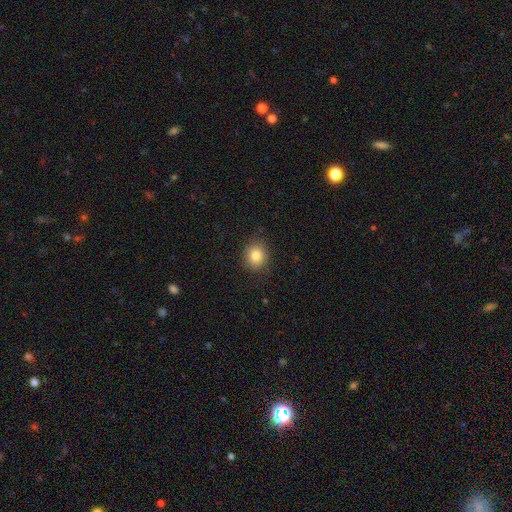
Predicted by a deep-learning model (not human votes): smooth_or_featured: smooth (p=0.83) [alt: star or artifact p=0.10]
how_rounded: round (p=0.75) [alt: in between p=0.24]
merging: none (p=0.87) [alt: minor disturbance p=0.10]